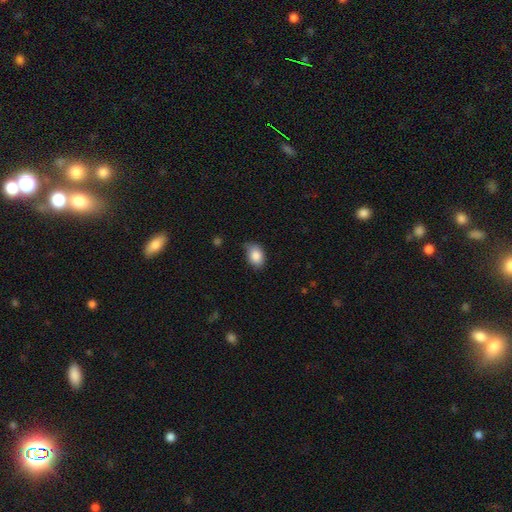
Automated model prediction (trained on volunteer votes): Overall: smooth (86%). How rounded: in between (79%). Merging: none (70%).